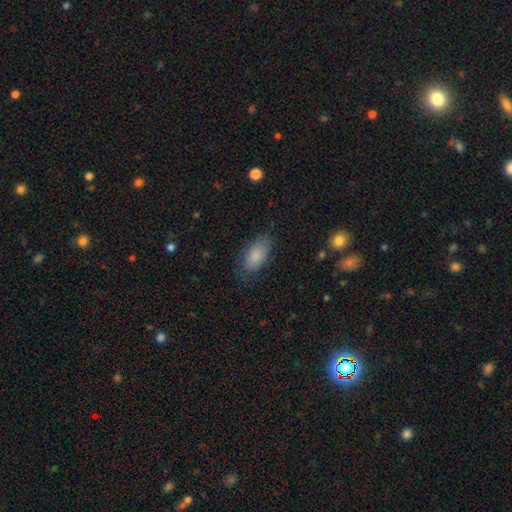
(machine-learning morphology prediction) A smooth galaxy with no disk features (85%) that is in between round and cigar-shaped (92%).

Vote fractions:
- Smooth or featured? smooth: 85% / featured or disk: 9% / star or artifact: 7%
- How rounded? in between: 92% / cigar-shaped: 5% / round: 3%
- Merging? none: 77% / minor disturbance: 17% / major disturbance: 5% / merger: 1%